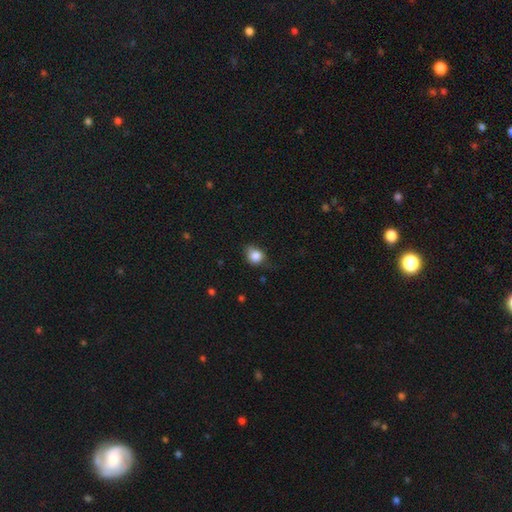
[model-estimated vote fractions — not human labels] smooth-or-featured: smooth: 82% | star or artifact: 10% | featured or disk: 8%
  how-rounded: round: 63% | in between: 36% | cigar-shaped: 1%
  merging: none: 52% | minor disturbance: 36% | major disturbance: 10% | merger: 2%